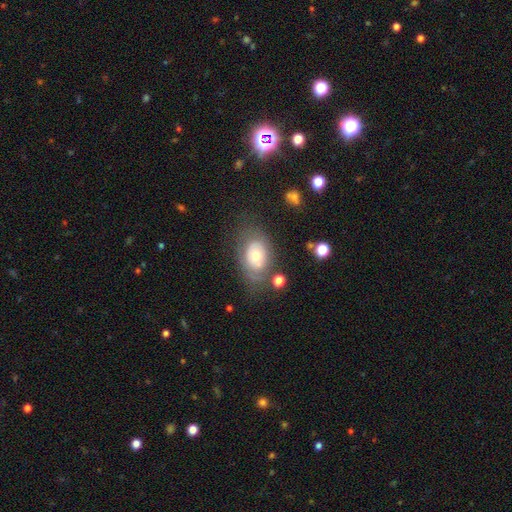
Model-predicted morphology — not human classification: Q: Smooth or featured?
A: featured or disk (50%); runner-up: smooth (41%)
Q: Edge-on disk?
A: no (92%); runner-up: yes (8%)
Q: Merging?
A: none (61%); runner-up: minor disturbance (21%)